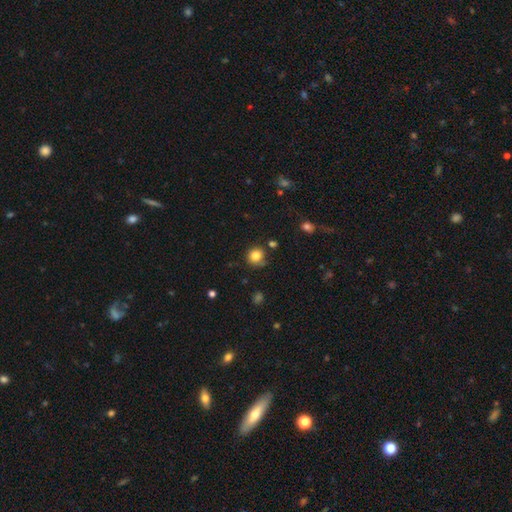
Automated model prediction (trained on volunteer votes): A smooth galaxy with no disk features (82%) that is round (87%).

Vote fractions:
- Smooth or featured? smooth: 82% / star or artifact: 11% / featured or disk: 6%
- How rounded? round: 87% / in between: 12% / cigar-shaped: 1%
- Merging? none: 74% / minor disturbance: 17% / merger: 5% / major disturbance: 4%